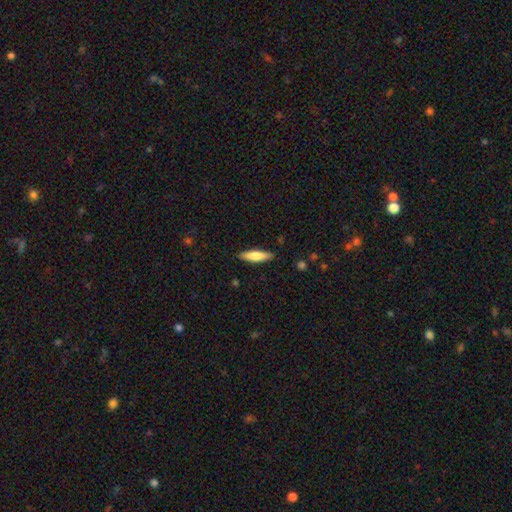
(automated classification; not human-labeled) smooth_or_featured: smooth (p=0.69) [alt: featured or disk p=0.25]
how_rounded: cigar-shaped (p=0.72) [alt: in between p=0.26]
merging: none (p=0.89) [alt: minor disturbance p=0.08]